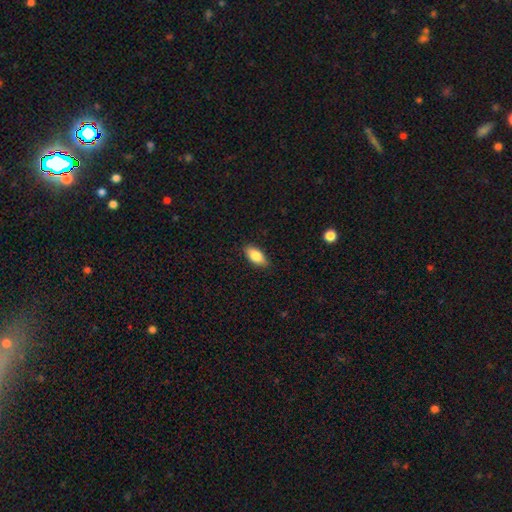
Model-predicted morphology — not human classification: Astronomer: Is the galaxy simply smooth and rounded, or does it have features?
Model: smooth — 84%.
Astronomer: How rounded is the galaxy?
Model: in between — 89%.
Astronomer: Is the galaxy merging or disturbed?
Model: none — 86%.